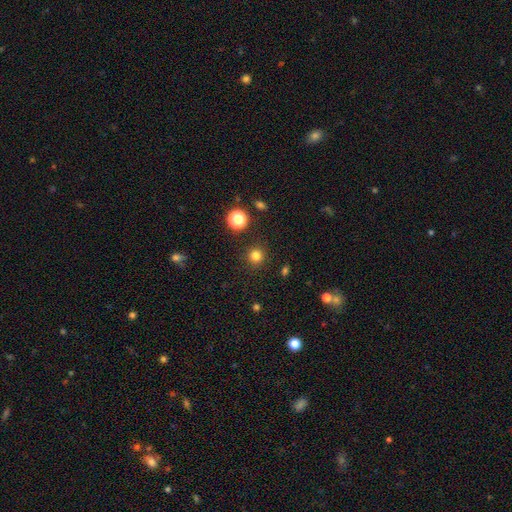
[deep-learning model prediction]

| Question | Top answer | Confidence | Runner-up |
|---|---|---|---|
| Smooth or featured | smooth | 80% | star or artifact (16%) |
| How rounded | round | 94% | in between (5%) |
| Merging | none | 90% | minor disturbance (6%) |